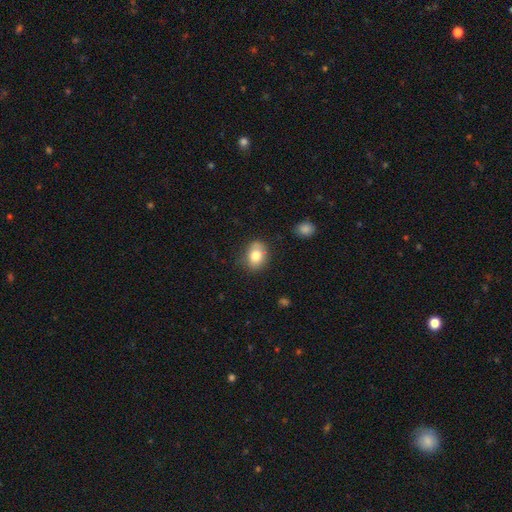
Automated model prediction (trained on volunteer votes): Smooth or featured?
  - smooth: 79% *
  - featured or disk: 12%
  - star or artifact: 9%
How rounded?
  - in between: 55% *
  - round: 44%
  - cigar-shaped: 1%
Merging?
  - none: 74% *
  - minor disturbance: 20%
  - major disturbance: 4%
  - merger: 2%